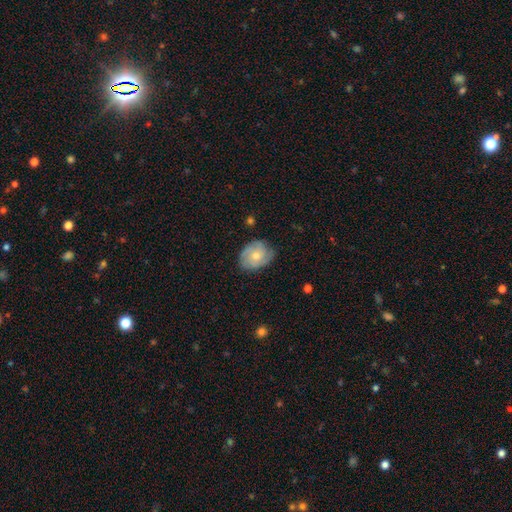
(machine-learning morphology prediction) A featured or disk galaxy (52%) with no bar (81%), spiral arms (84%) and a moderate central bulge (49%). Merging: none (72%).